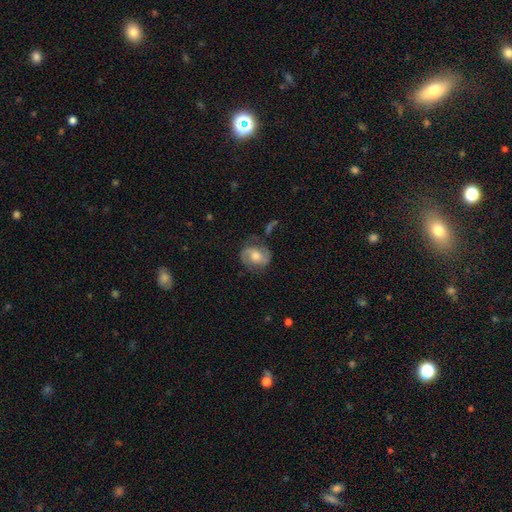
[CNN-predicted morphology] Smooth or featured?
  - featured or disk: 61% *
  - smooth: 31%
  - star or artifact: 8%
Edge-on disk?
  - no: 97% *
  - yes: 3%
Bar?
  - no: 54% *
  - weak: 35%
  - strong: 11%
Spiral arms?
  - yes: 85% *
  - no: 15%
Bulge size?
  - moderate: 65% *
  - large: 16%
  - small: 15%
  - none: 2%
  - dominant: 2%
Merging?
  - none: 67% *
  - minor disturbance: 19%
  - major disturbance: 10%
  - merger: 3%